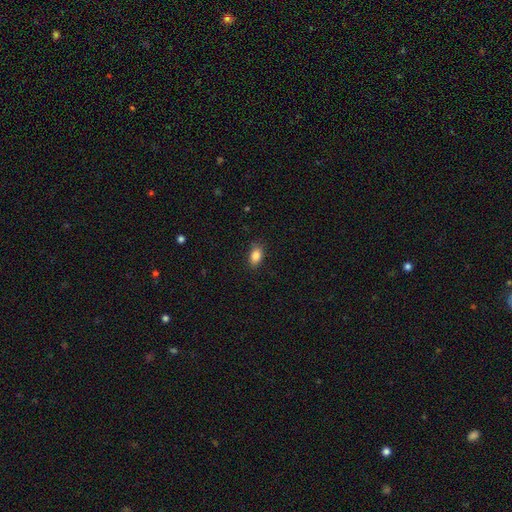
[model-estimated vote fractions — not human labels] smooth 85%, star or artifact 9%, featured or disk 6%. Down the decision tree: how rounded — in between (86%); merging — none (84%).